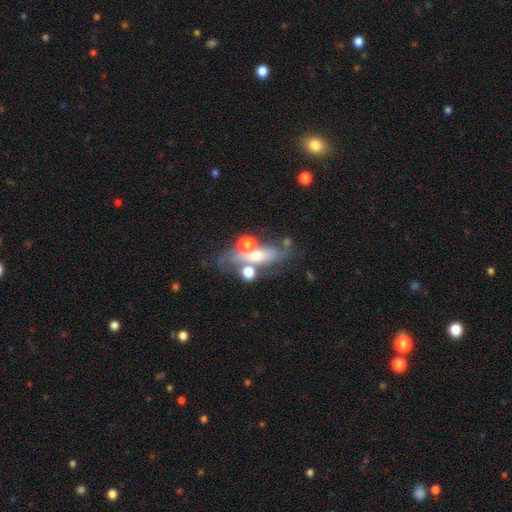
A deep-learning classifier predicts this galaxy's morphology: This appears to be a featured or disk galaxy (47%). Merging: none (42%).